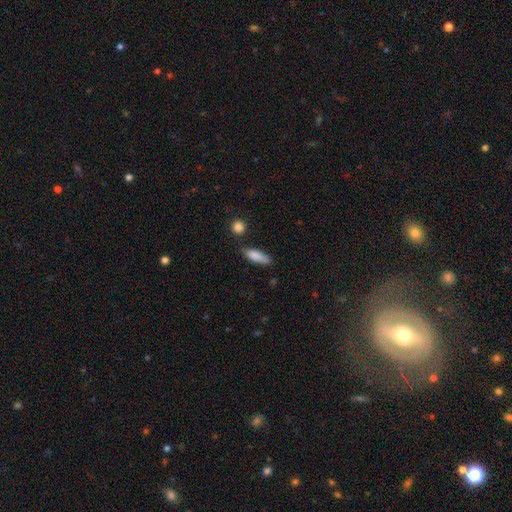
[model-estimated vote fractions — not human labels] Morphology: type=smooth (84%); roundness=in between (50%); merging=none (69%).